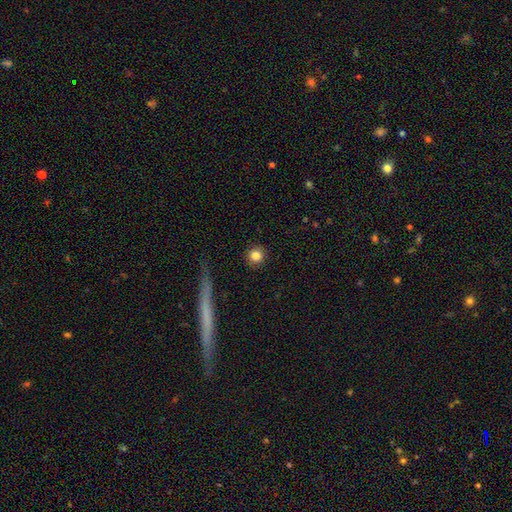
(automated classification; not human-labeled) A smooth galaxy with no disk features (82%) that is round (94%). Merging: none (91%).